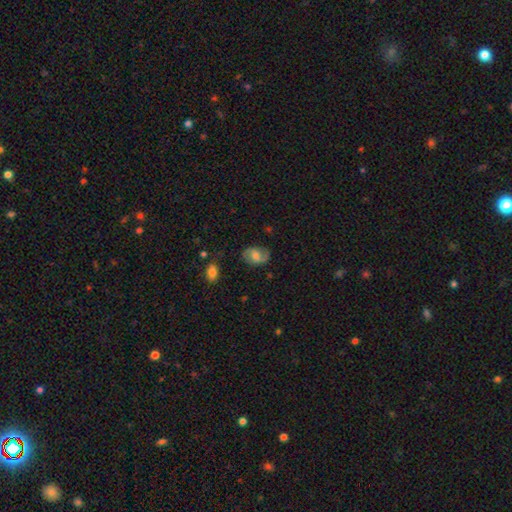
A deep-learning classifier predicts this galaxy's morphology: A featured or disk galaxy (58%) with a weak bar (46%), spiral arms (89%) and a moderate central bulge (46%).

Vote fractions:
- Smooth or featured? featured or disk: 58% / smooth: 34% / star or artifact: 8%
- Edge-on disk? no: 97% / yes: 3%
- Bar? weak: 46% / no: 42% / strong: 12%
- Spiral arms? yes: 89% / no: 11%
- Bulge size? moderate: 46% / small: 25% / large: 16% / none: 11% / dominant: 2%
- Merging? none: 75% / minor disturbance: 17% / major disturbance: 6% / merger: 2%